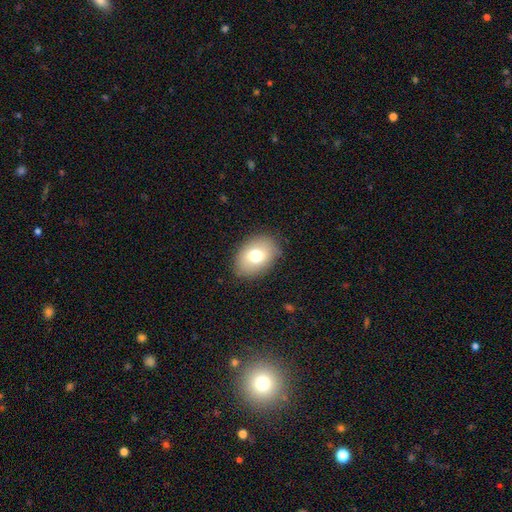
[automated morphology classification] type=smooth (72%); roundness=in between (76%); merging=none (84%).